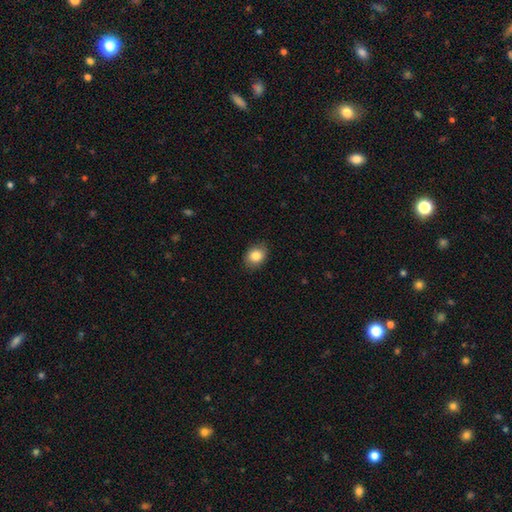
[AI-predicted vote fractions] smooth-or-featured: smooth: 85% | star or artifact: 8% | featured or disk: 6%
  how-rounded: in between: 61% | round: 38% | cigar-shaped: 1%
  merging: none: 86% | minor disturbance: 11% | major disturbance: 2% | merger: 1%